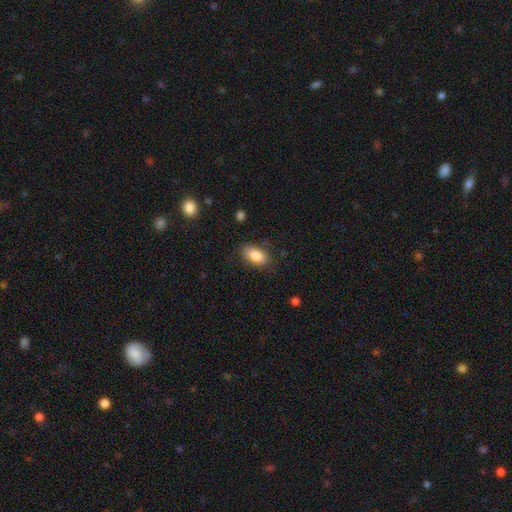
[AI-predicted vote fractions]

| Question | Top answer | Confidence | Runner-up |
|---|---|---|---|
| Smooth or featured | smooth | 85% | featured or disk (8%) |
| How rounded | in between | 91% | round (5%) |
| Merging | none | 81% | minor disturbance (14%) |